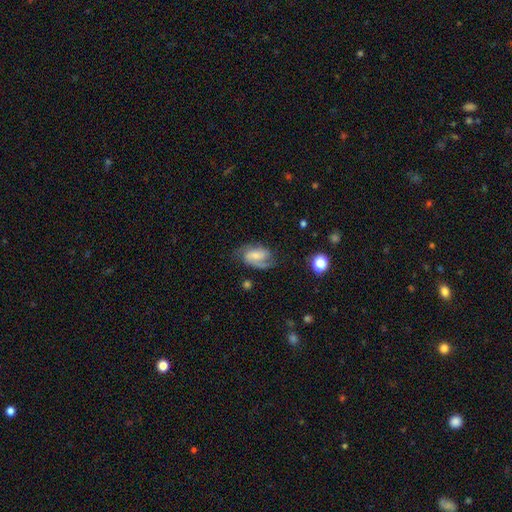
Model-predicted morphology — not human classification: The model was most divided on "bar": weak: 45%, no: 35%, strong: 20%. Remaining: edge-on disk — no (97%); spiral arms — yes (93%); spiral arm count — 2 (75%); smooth or featured — featured or disk (73%); merging — none (64%); spiral winding — medium (49%); bulge size — small (49%).